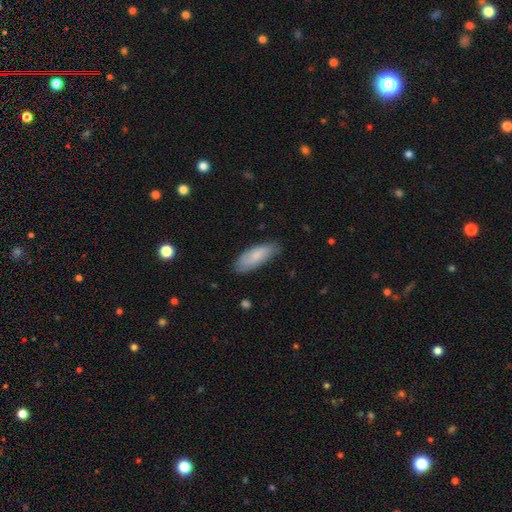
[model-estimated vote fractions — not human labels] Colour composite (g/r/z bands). It shows a smooth galaxy with no disk features (76%) that is in between round and cigar-shaped (67%). Merging: none (78%).